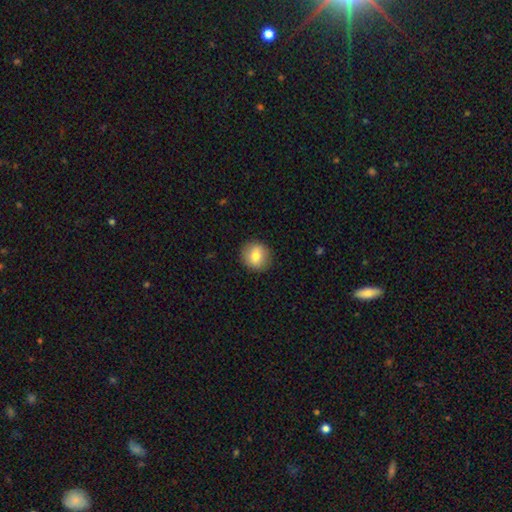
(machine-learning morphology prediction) This appears to be a smooth galaxy with no disk features (79%) that is round (89%). Merging: none (90%).